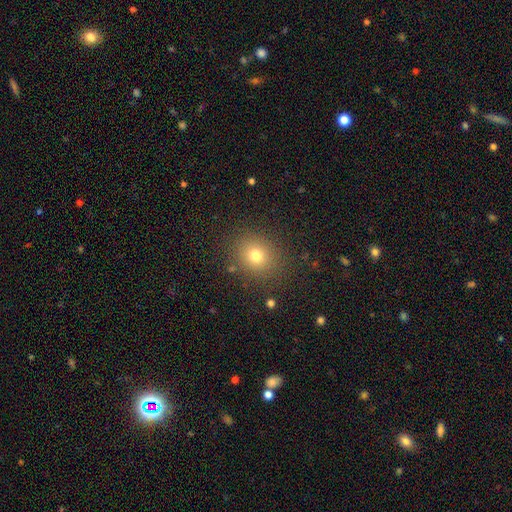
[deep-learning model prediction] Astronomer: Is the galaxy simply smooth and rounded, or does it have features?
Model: smooth — 75%.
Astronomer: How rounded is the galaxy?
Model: round — 73%.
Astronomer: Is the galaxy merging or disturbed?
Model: none — 85%.